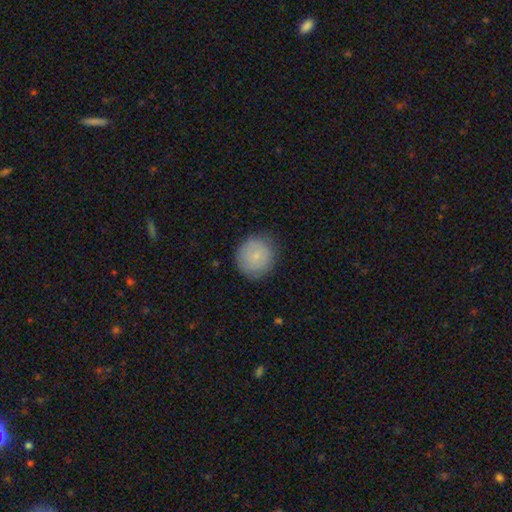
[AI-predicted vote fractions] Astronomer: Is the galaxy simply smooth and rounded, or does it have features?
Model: smooth — 77%.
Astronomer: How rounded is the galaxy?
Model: round — 86%.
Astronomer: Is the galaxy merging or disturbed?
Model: none — 80%.